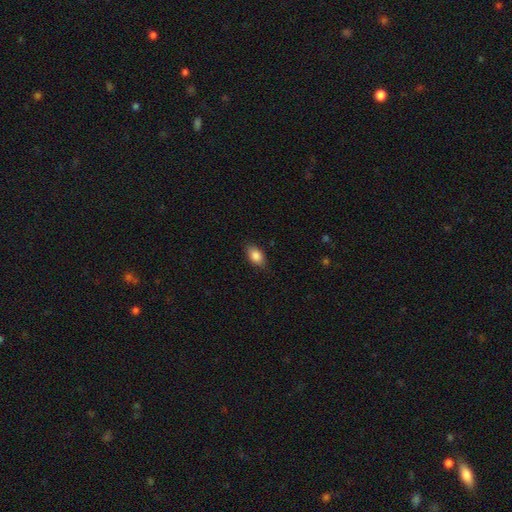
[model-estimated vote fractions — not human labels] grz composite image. It shows a smooth galaxy with no disk features (86%) that is in between round and cigar-shaped (89%). Merging: none (83%).